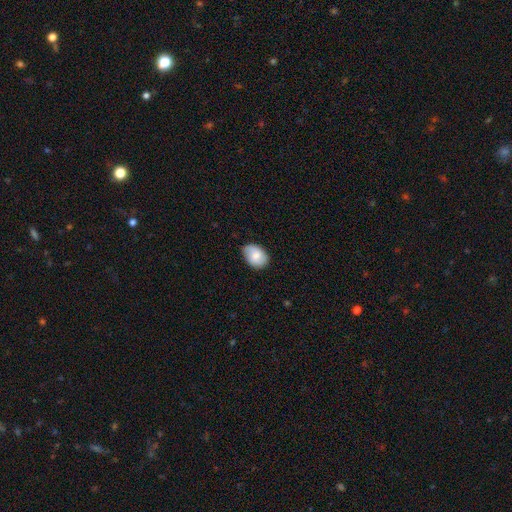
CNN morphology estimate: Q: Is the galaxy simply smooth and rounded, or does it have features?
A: smooth — 75%.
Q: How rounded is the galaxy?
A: in between — 78%.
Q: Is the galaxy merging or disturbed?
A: none — 71%.